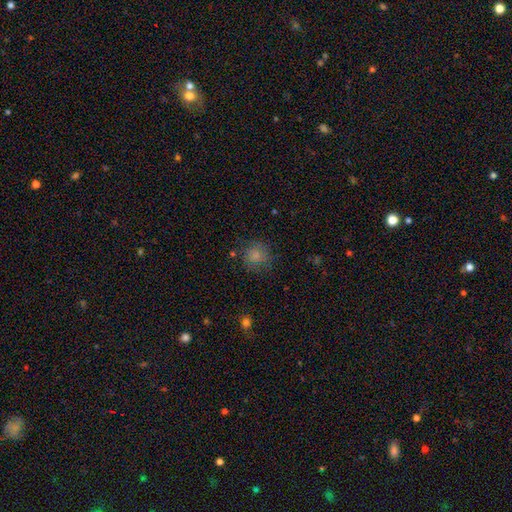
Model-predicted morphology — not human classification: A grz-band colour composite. It shows a smooth galaxy with no disk features (79%) that is round (87%). Merging: none (74%).